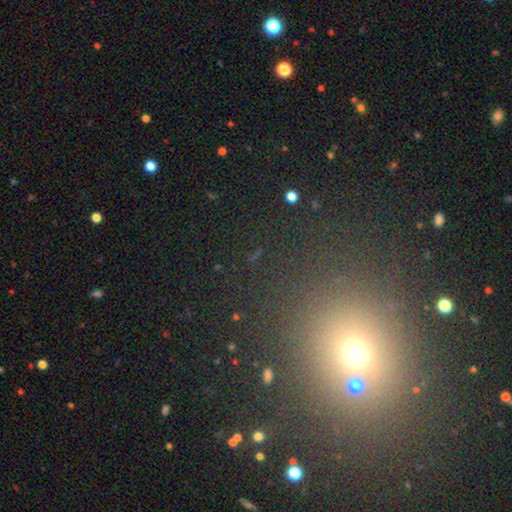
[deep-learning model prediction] star or artifact 52%, smooth 37%, featured or disk 10%.